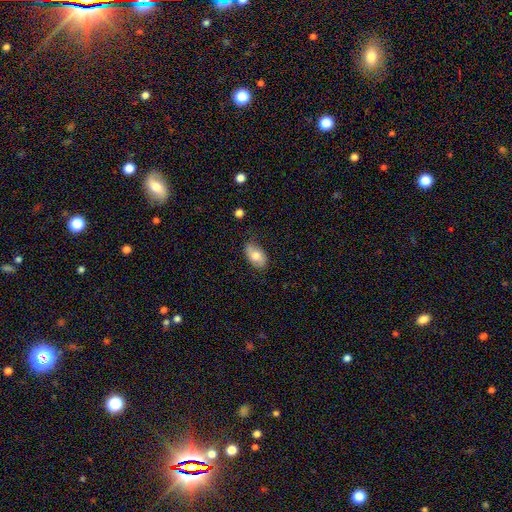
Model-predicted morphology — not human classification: smooth-or-featured: smooth: 70% | featured or disk: 22% | star or artifact: 7%
  how-rounded: in between: 92% | round: 6% | cigar-shaped: 2%
  merging: none: 74% | minor disturbance: 21% | major disturbance: 4% | merger: 2%